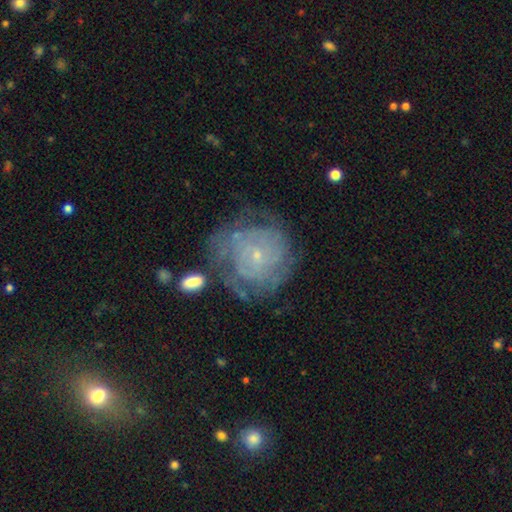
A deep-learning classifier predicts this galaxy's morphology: type=featured or disk (74%); edge-on=no (97%); bar=no (78%); spiral arms=yes (84%); winding=tight (74%); arm count=can't tell (52%); bulge=small (86%); merging=none (61%).